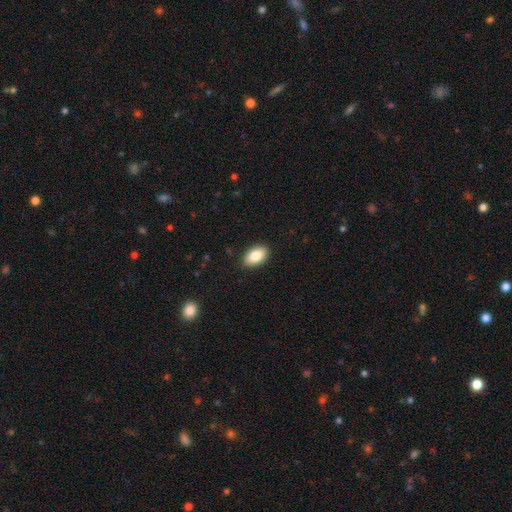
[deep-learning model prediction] A smooth galaxy with no disk features (85%) that is in between round and cigar-shaped (94%).

Vote fractions:
- Smooth or featured? smooth: 85% / featured or disk: 8% / star or artifact: 7%
- How rounded? in between: 94% / round: 5% / cigar-shaped: 2%
- Merging? none: 89% / minor disturbance: 8% / major disturbance: 2% / merger: 1%